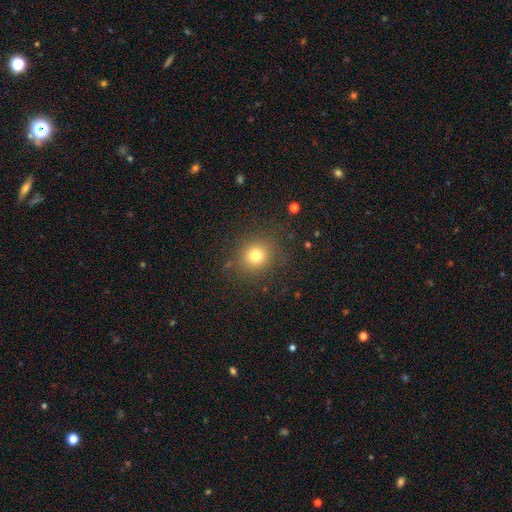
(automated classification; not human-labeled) Morphology: type=smooth (76%); roundness=round (86%); merging=none (85%).